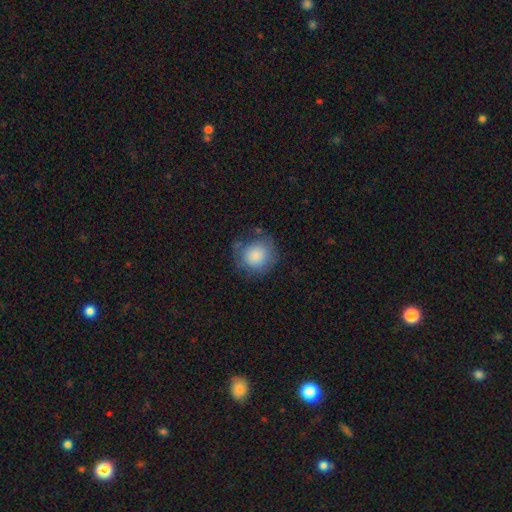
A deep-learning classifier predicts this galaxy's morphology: Overall: smooth (82%). How rounded: round (86%). Merging: none (60%; minor disturbance 25%).